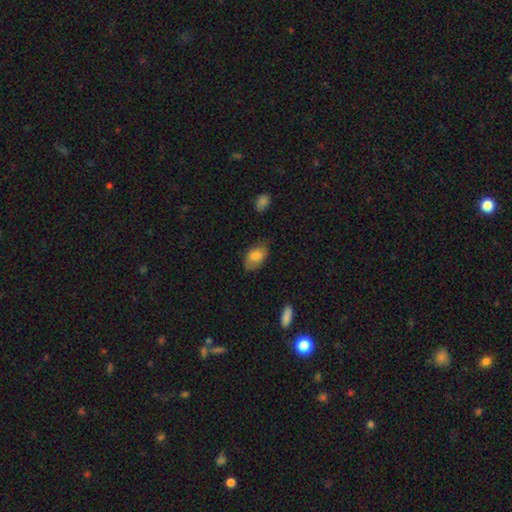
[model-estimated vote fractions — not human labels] Smooth or featured?
  - smooth: 81% *
  - featured or disk: 12%
  - star or artifact: 7%
How rounded?
  - in between: 91% *
  - round: 7%
  - cigar-shaped: 2%
Merging?
  - none: 67% *
  - minor disturbance: 26%
  - major disturbance: 6%
  - merger: 2%